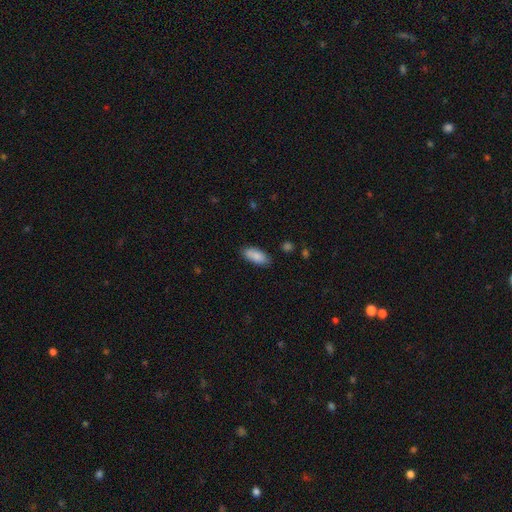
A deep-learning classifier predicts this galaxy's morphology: Smooth or featured? Predicted: smooth (p=0.87). How rounded? Predicted: in between (p=0.84). Merging? Predicted: none (p=0.82).